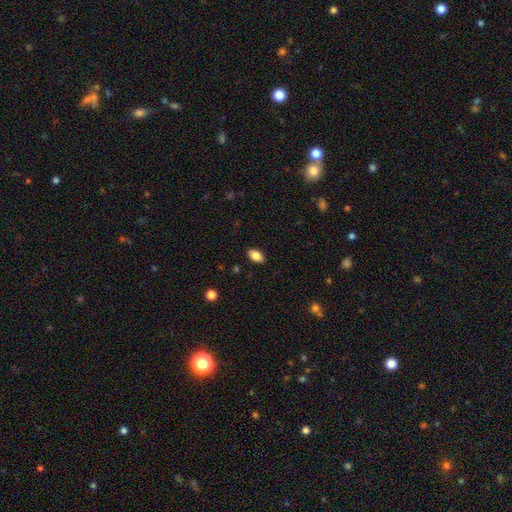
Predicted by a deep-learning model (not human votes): Smooth or featured? smooth (85%)
How rounded? in between (91%)
Merging? none (88%)